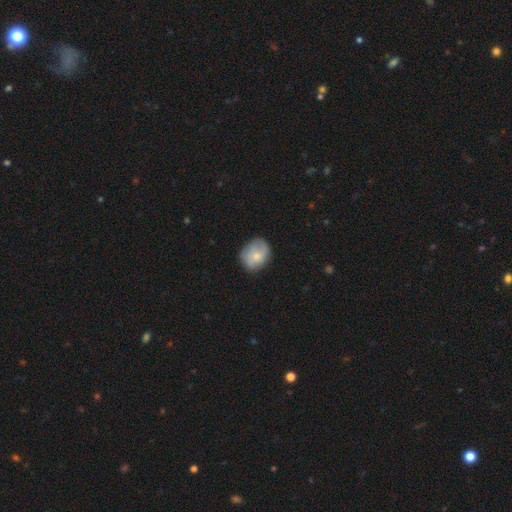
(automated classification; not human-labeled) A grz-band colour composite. It shows a smooth galaxy with no disk features (71%) that is round (52%). Merging: none (73%).